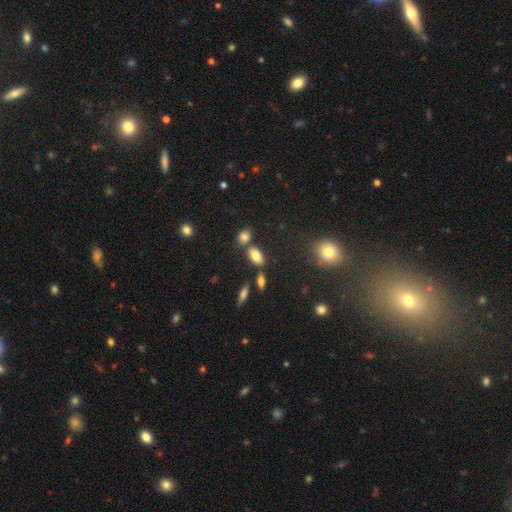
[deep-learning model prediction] smooth_or_featured: smooth (p=0.80) [alt: featured or disk p=0.10]
how_rounded: in between (p=0.89) [alt: round p=0.07]
merging: none (p=0.69) [alt: merger p=0.17]